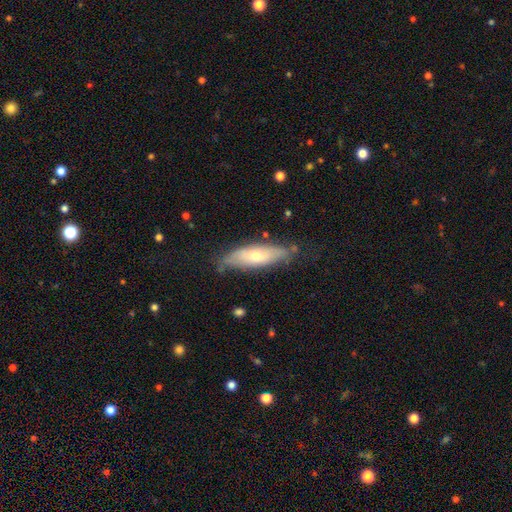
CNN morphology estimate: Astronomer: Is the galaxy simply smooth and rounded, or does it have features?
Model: smooth — 53% (runner-up: featured or disk, 40%).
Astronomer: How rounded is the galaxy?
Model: cigar-shaped — 50% (runner-up: in between, 49%).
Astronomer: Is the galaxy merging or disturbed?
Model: none — 70%.